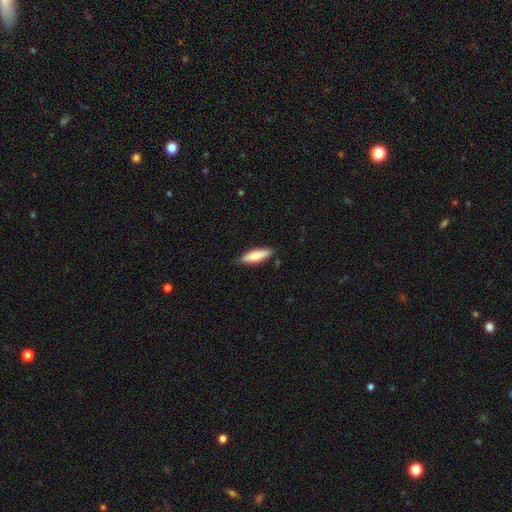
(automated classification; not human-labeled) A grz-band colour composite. It shows a smooth galaxy with no disk features (79%) that is cigar-shaped (51%). Merging: none (83%).